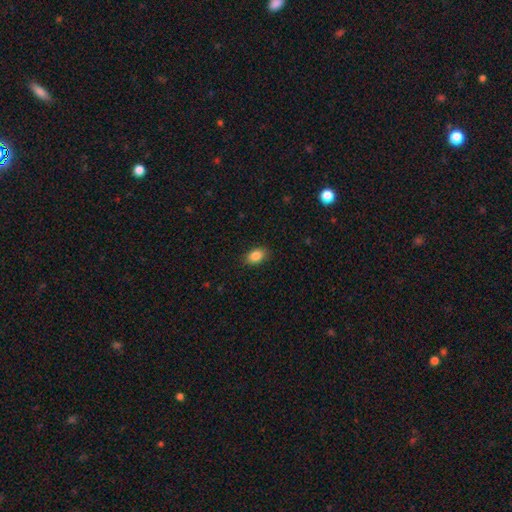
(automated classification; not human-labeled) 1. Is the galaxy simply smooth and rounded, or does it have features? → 86% smooth, 9% star or artifact, 5% featured or disk.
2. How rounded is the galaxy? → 79% in between, 19% round, 1% cigar-shaped.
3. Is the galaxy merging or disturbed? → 86% none, 10% minor disturbance, 2% major disturbance, 1% merger.